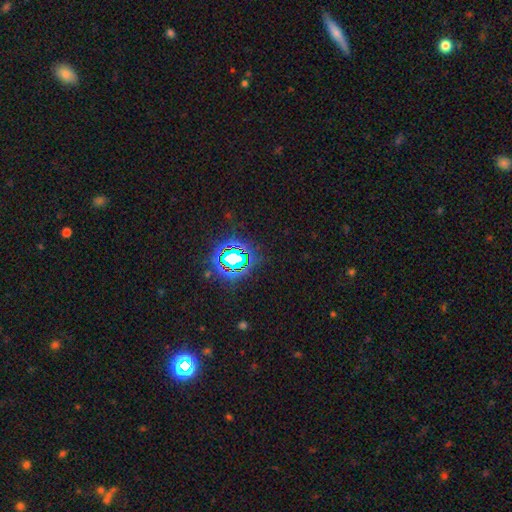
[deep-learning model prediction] smooth-or-featured: star or artifact: 80% | smooth: 13% | featured or disk: 7%